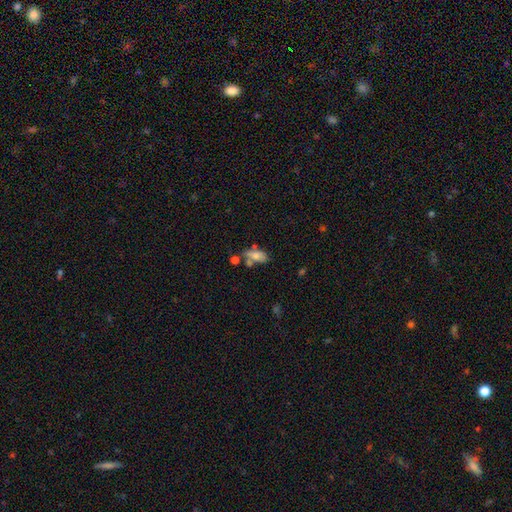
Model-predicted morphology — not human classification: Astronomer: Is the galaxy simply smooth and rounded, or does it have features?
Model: smooth — 67%.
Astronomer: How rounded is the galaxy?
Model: in between — 86%.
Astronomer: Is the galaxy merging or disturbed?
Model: none — 43% (runner-up: merger, 26%).